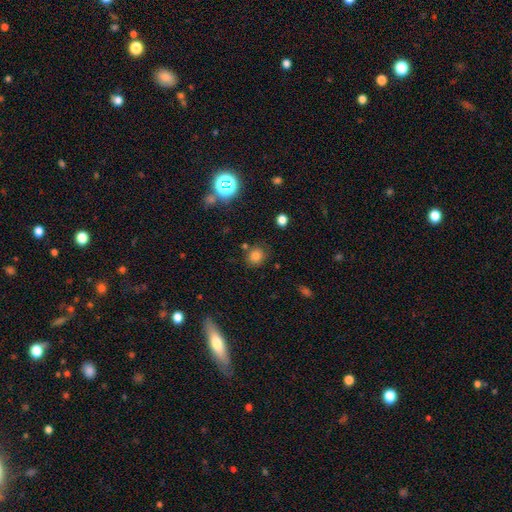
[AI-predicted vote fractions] Smooth or featured? smooth (78%)
How rounded? round (81%)
Merging? none (78%)